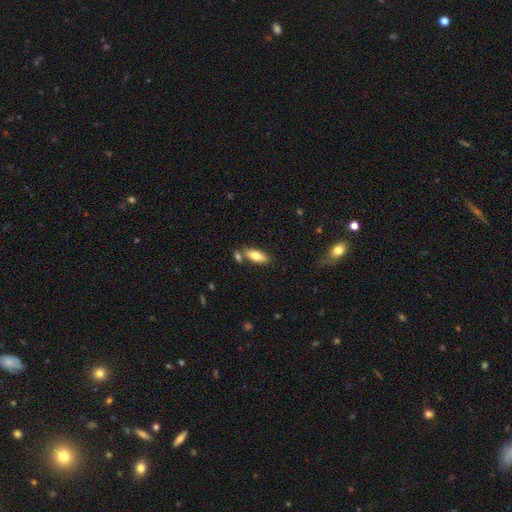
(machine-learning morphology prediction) Overall: smooth (74%). How rounded: in between (74%). Merging: none (71%).